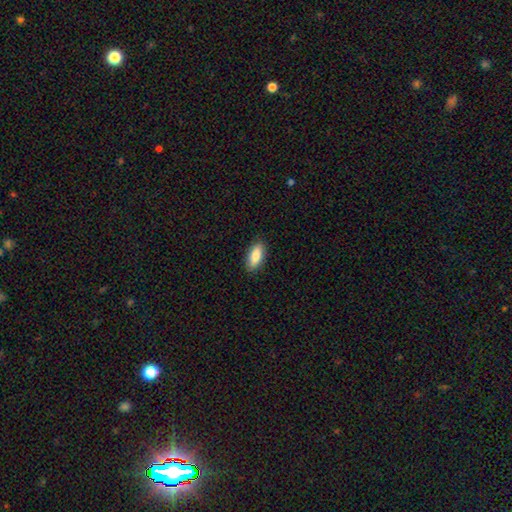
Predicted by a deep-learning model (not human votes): Smooth or featured: smooth — 83% (featured or disk — 11%)
How rounded: in between — 82% (cigar-shaped — 16%)
Merging: none — 88% (minor disturbance — 9%)